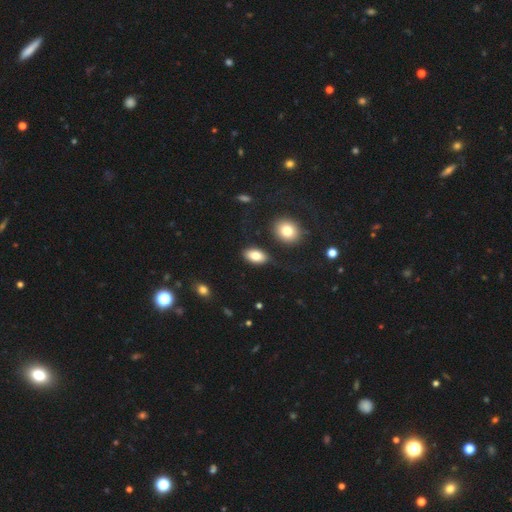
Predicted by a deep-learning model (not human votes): Morphology: type=smooth (81%); roundness=in between (91%); merging=none (81%).